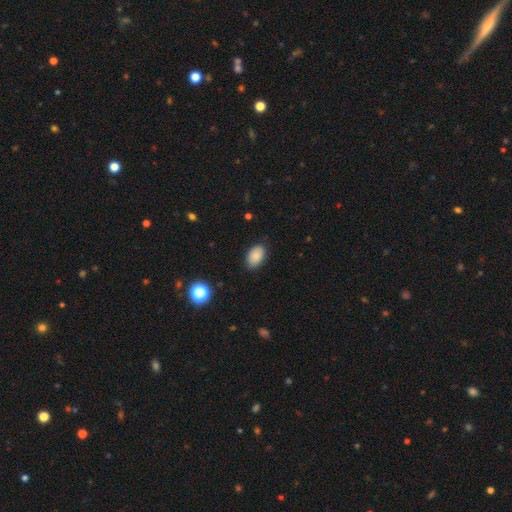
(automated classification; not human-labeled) smooth-or-featured: smooth: 86% | star or artifact: 9% | featured or disk: 6%
  how-rounded: in between: 90% | round: 9% | cigar-shaped: 1%
  merging: none: 85% | minor disturbance: 12% | major disturbance: 3% | merger: 1%